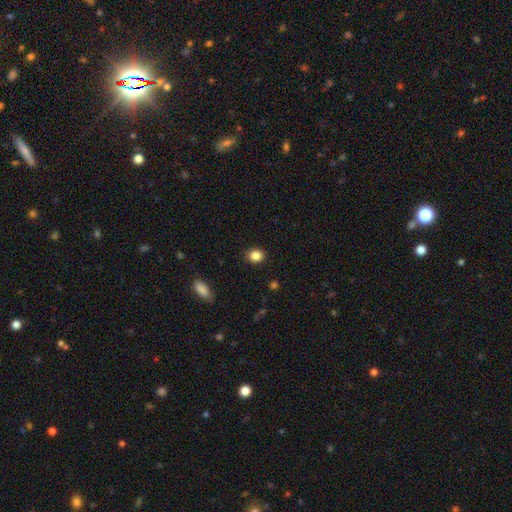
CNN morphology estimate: Overall: smooth (86%). How rounded: round (59%; in between 40%). Merging: none (86%).